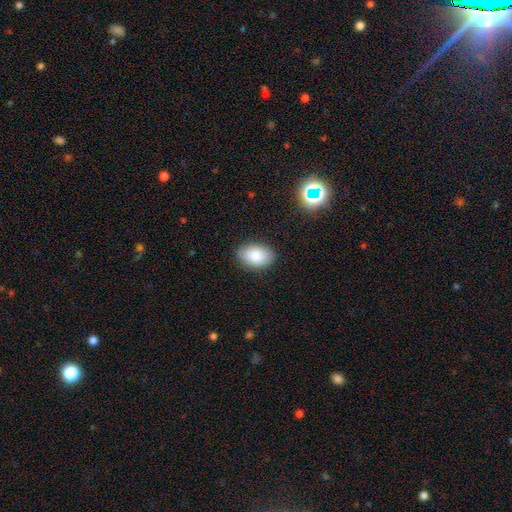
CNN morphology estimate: Smooth or featured?
  - smooth: 88% *
  - star or artifact: 7%
  - featured or disk: 5%
How rounded?
  - in between: 89% *
  - round: 10%
  - cigar-shaped: 1%
Merging?
  - none: 87% *
  - minor disturbance: 10%
  - major disturbance: 2%
  - merger: 1%